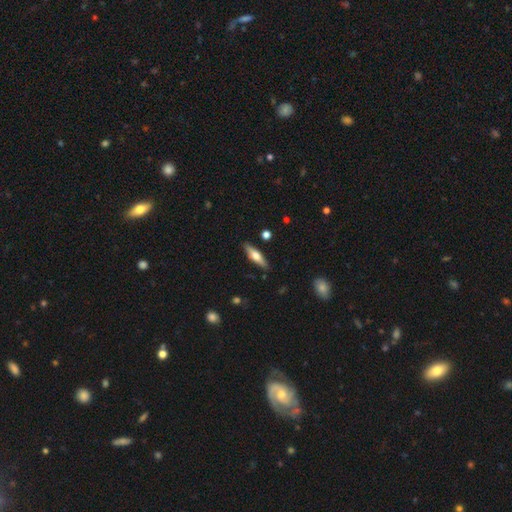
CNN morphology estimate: smooth_or_featured: smooth (p=0.48) [alt: featured or disk p=0.46]
merging: none (p=0.87) [alt: minor disturbance p=0.09]